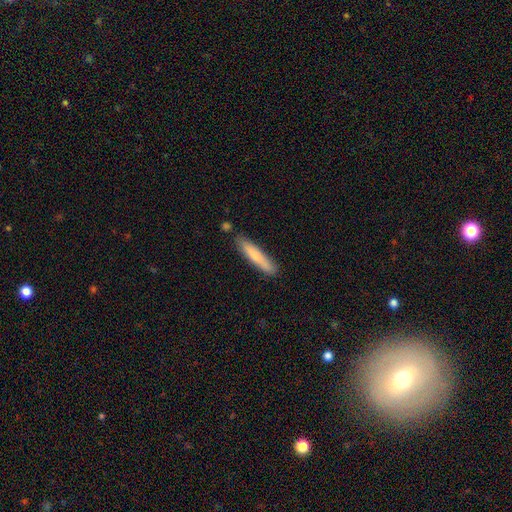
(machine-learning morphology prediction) smooth-or-featured: smooth: 76% | featured or disk: 18% | star or artifact: 5%
  how-rounded: cigar-shaped: 90% | in between: 9% | round: 1%
  merging: none: 82% | minor disturbance: 12% | merger: 4% | major disturbance: 2%